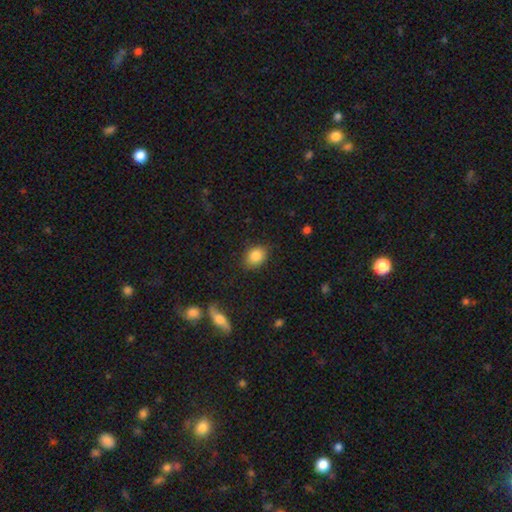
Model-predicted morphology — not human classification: smooth 86%, star or artifact 8%, featured or disk 6%. Down the decision tree: how rounded — in between (68%); merging — none (82%).